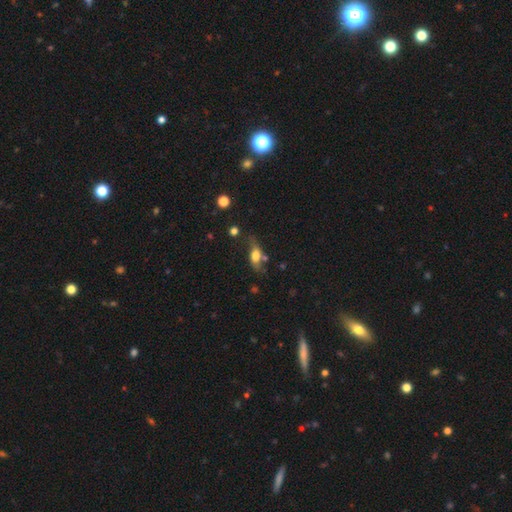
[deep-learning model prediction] smooth 61%, featured or disk 29%, star or artifact 9%. Down the decision tree: how rounded — in between (74%); merging — none (53%).